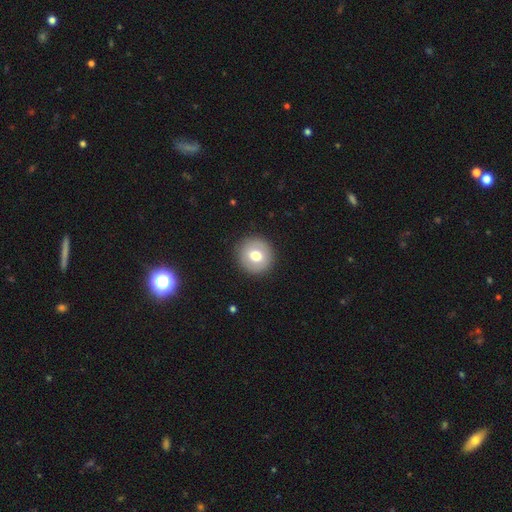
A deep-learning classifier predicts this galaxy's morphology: smooth 70%, featured or disk 22%, star or artifact 8%. Down the decision tree: how rounded — round (94%); merging — none (91%).